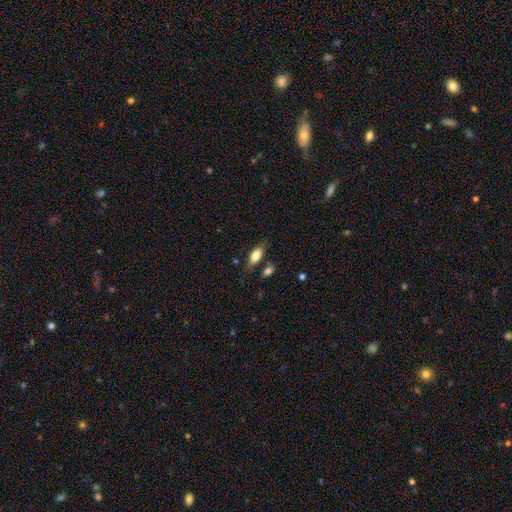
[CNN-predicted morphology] The model was most divided on "merging": none: 69%, minor disturbance: 18%, merger: 8%, major disturbance: 5%. More confident: how rounded — in between (84%); smooth or featured — smooth (76%).